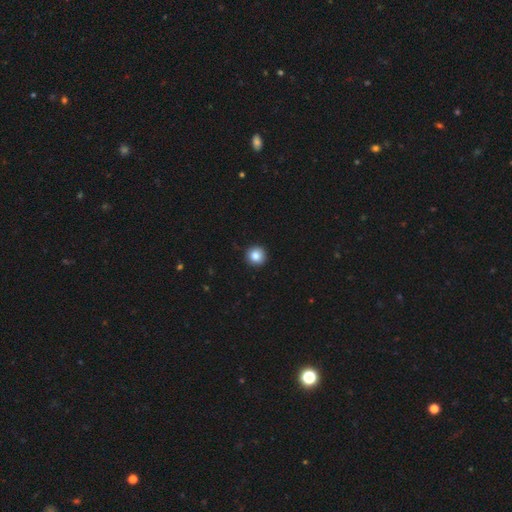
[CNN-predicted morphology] type=smooth (86%); roundness=round (95%); merging=none (93%).